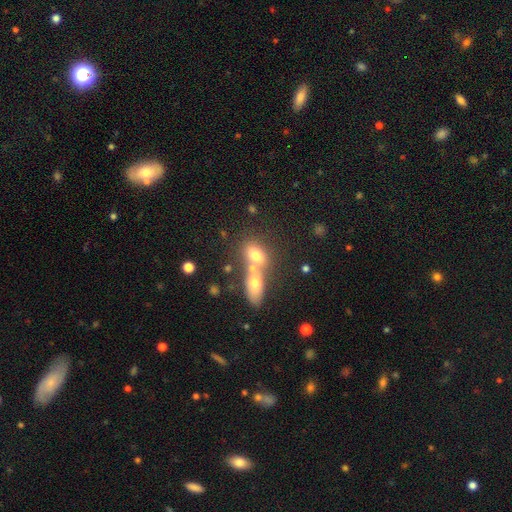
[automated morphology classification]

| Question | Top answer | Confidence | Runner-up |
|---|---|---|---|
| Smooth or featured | smooth | 71% | featured or disk (19%) |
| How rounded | in between | 76% | round (18%) |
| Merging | merger | 56% | none (31%) |